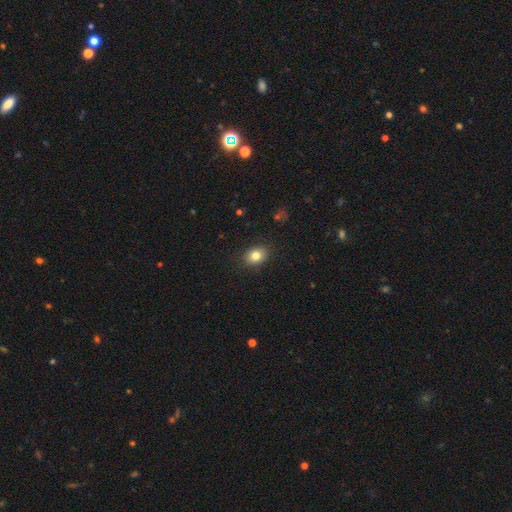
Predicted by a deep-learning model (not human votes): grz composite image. It shows a smooth galaxy with no disk features (82%) that is in between round and cigar-shaped (61%). Merging: none (88%).